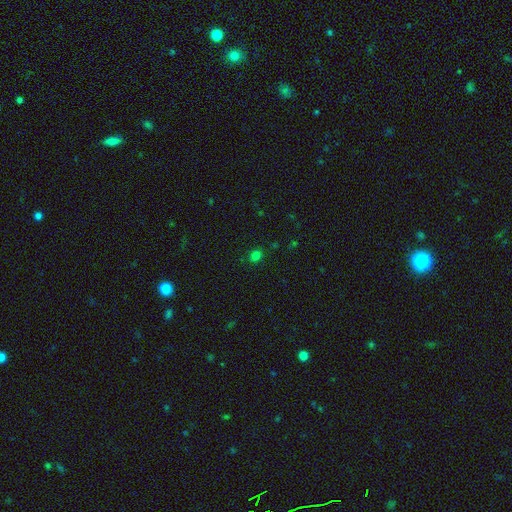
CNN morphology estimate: Smooth or featured?
  - smooth: 76% *
  - star or artifact: 21%
  - featured or disk: 4%
How rounded?
  - round: 71% *
  - in between: 28%
  - cigar-shaped: 1%
Merging?
  - none: 87% *
  - minor disturbance: 9%
  - major disturbance: 3%
  - merger: 2%